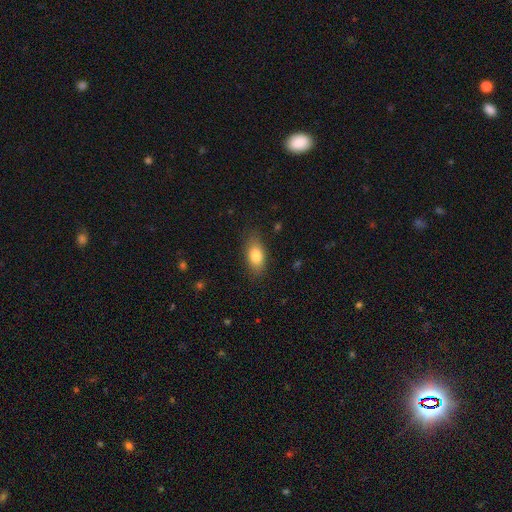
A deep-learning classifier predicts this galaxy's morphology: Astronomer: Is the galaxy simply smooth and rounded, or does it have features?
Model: smooth — 81%.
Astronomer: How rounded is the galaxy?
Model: in between — 87%.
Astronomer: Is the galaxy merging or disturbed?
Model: none — 82%.